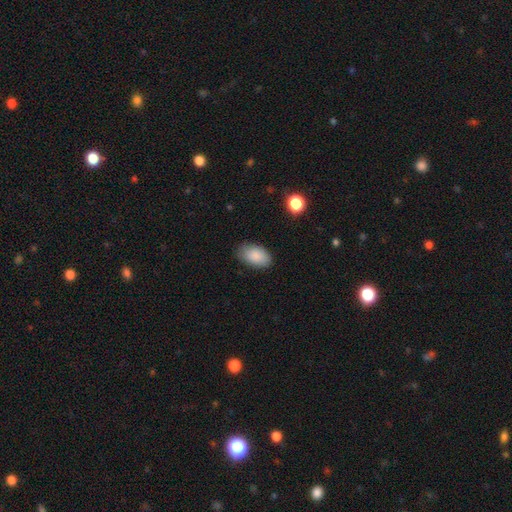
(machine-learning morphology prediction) type=smooth (88%); roundness=in between (94%); merging=none (82%).